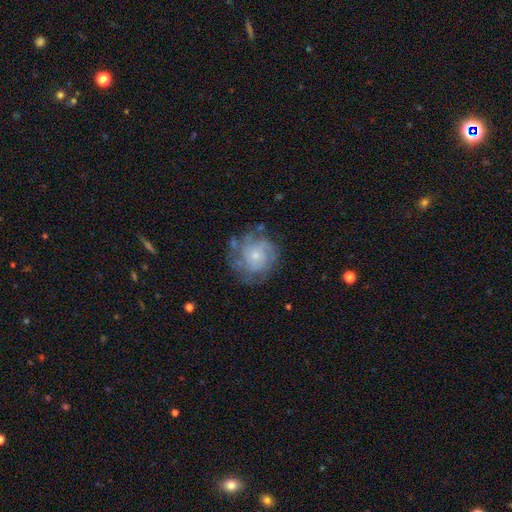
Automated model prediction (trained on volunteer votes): smooth-or-featured: featured or disk: 61% | smooth: 31% | star or artifact: 8%
  disk-edge-on: no: 98% | yes: 2%
    bar: no: 83% | weak: 15% | strong: 2%
    has-spiral-arms: yes: 74% | no: 26%
    bulge-size: small: 64% | moderate: 29% | none: 4% | large: 2% | dominant: 1%
  merging: none: 65% | minor disturbance: 21% | major disturbance: 12% | merger: 3%